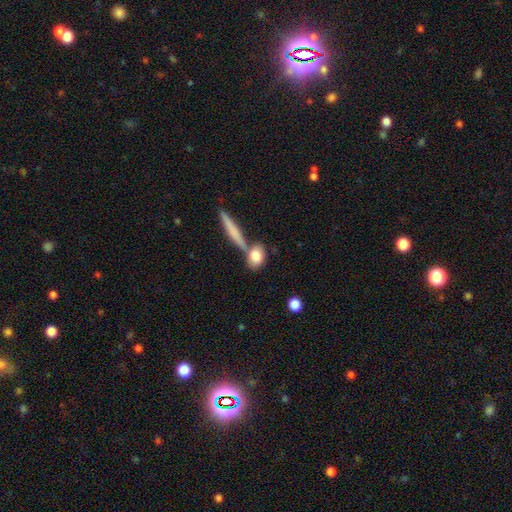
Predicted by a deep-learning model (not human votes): smooth_or_featured: smooth (p=0.78) [alt: featured or disk p=0.15]
how_rounded: in between (p=0.65) [alt: round p=0.24]
merging: none (p=0.55) [alt: merger p=0.28]